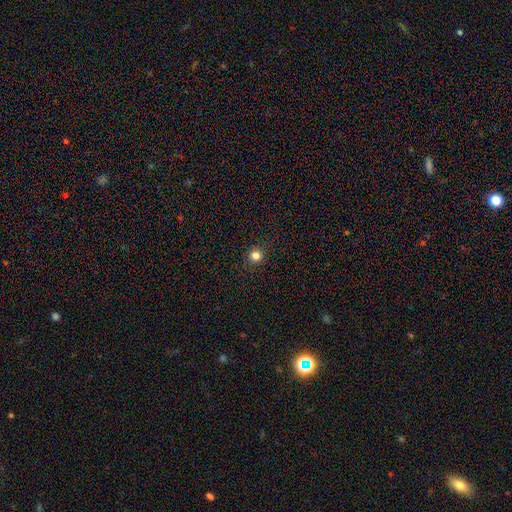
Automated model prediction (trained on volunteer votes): Overall: smooth (81%). How rounded: round (93%). Merging: none (91%).